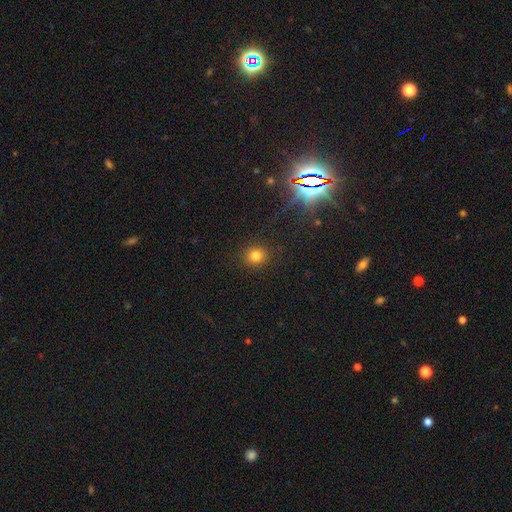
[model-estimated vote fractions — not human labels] This appears to be a smooth galaxy with no disk features (78%) that is round (86%). Merging: none (89%).